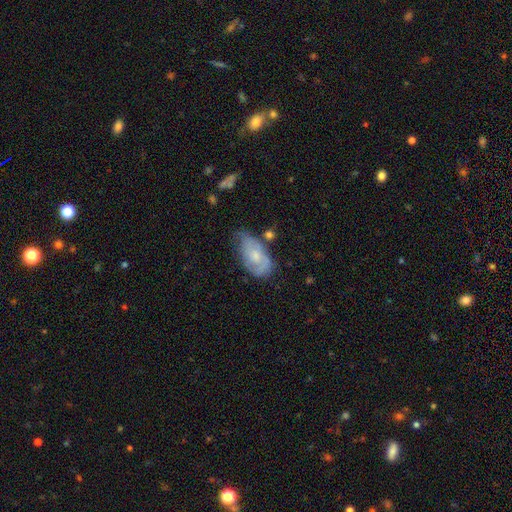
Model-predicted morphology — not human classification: This is possibly a smooth galaxy (47%). Merging: marginally none (42%).